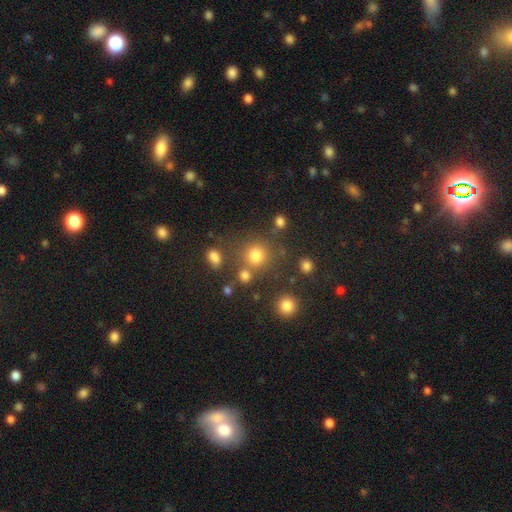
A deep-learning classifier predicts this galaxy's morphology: Smooth or featured? smooth (76%)
How rounded? round (89%)
Merging? none (72%)